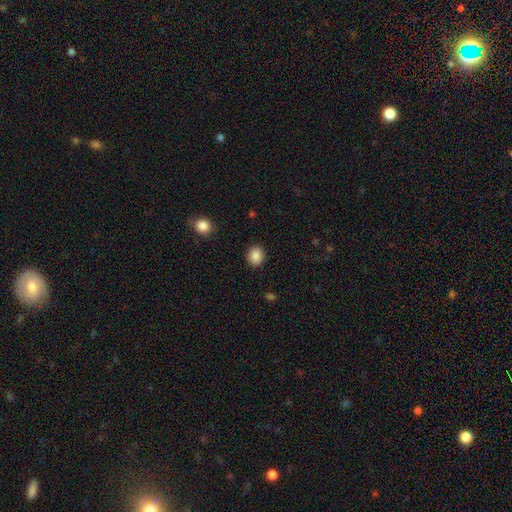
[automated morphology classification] A smooth galaxy with no disk features (88%) that is round (72%).

Vote fractions:
- Smooth or featured? smooth: 88% / star or artifact: 9% / featured or disk: 3%
- How rounded? round: 72% / in between: 27% / cigar-shaped: 1%
- Merging? none: 90% / minor disturbance: 7% / major disturbance: 2% / merger: 1%